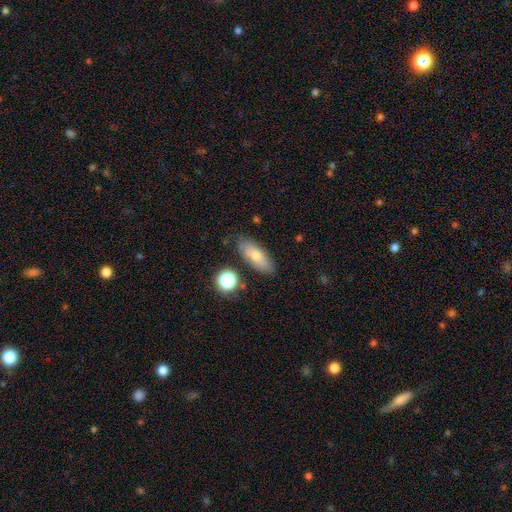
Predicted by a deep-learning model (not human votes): smooth-or-featured: smooth: 68% | featured or disk: 24% | star or artifact: 8%
  how-rounded: in between: 70% | cigar-shaped: 25% | round: 4%
  merging: none: 79% | minor disturbance: 14% | merger: 4% | major disturbance: 3%